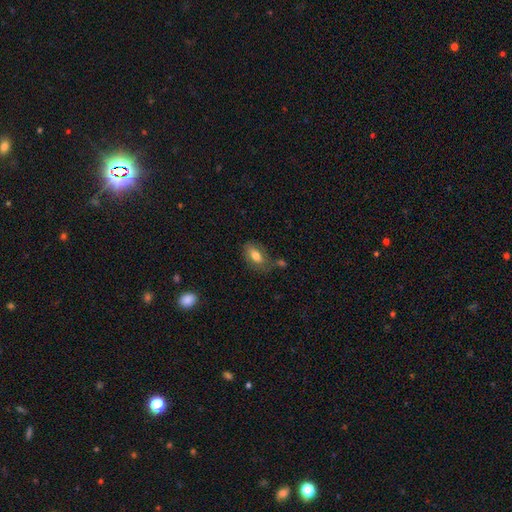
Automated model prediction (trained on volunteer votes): This appears to be a smooth galaxy with no disk features (76%) that is in between round and cigar-shaped (88%). Merging: none (64%).